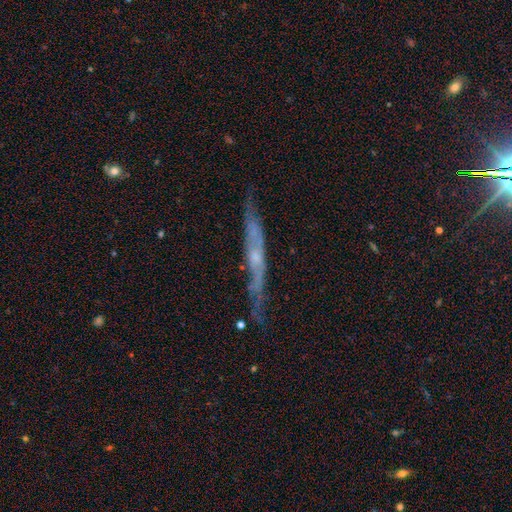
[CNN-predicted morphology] A featured or disk galaxy (70%) viewed edge-on (82%) with no central bulge (47%).

Vote fractions:
- Smooth or featured? featured or disk: 70% / smooth: 20% / star or artifact: 11%
- Edge-on disk? yes: 82% / no: 18%
- Edge-on bulge? none: 47% / rounded: 46% / boxy: 7%
- Merging? none: 72% / minor disturbance: 21% / major disturbance: 5% / merger: 2%